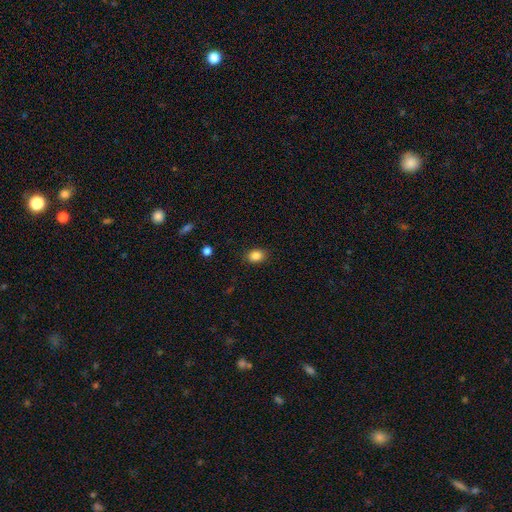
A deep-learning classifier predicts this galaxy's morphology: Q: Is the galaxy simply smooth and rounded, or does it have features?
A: smooth — 85%.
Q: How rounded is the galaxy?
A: in between — 63%.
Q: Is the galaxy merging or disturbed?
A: none — 88%.